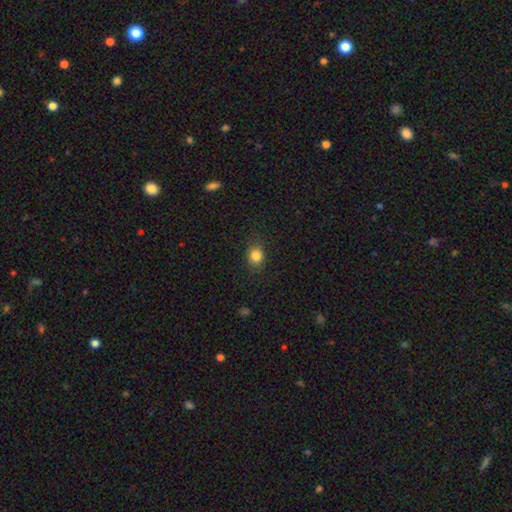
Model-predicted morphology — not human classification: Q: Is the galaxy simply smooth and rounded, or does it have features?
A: smooth — 83%.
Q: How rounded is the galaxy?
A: round — 63%.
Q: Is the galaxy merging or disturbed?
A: none — 82%.